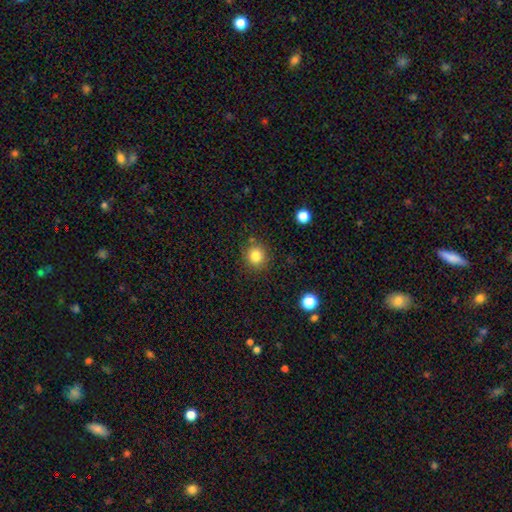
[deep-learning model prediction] Smooth or featured?
  - smooth: 82% *
  - star or artifact: 12%
  - featured or disk: 6%
How rounded?
  - round: 90% *
  - in between: 9%
  - cigar-shaped: 1%
Merging?
  - none: 85% *
  - minor disturbance: 9%
  - merger: 3%
  - major disturbance: 3%